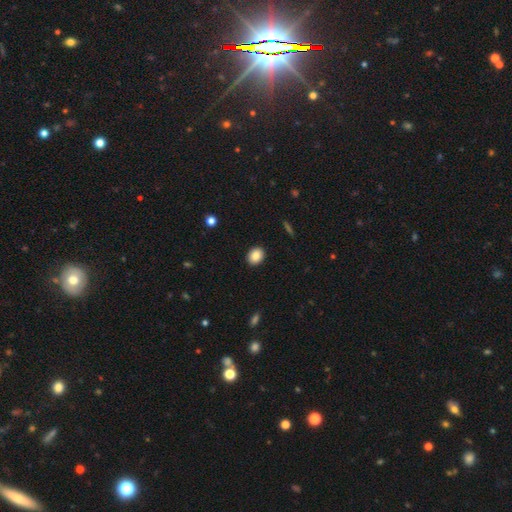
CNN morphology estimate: A smooth galaxy with no disk features (86%) that is in between round and cigar-shaped (50%).

Vote fractions:
- Smooth or featured? smooth: 86% / star or artifact: 8% / featured or disk: 5%
- How rounded? in between: 50% / round: 49% / cigar-shaped: 1%
- Merging? none: 91% / minor disturbance: 6% / major disturbance: 2% / merger: 1%